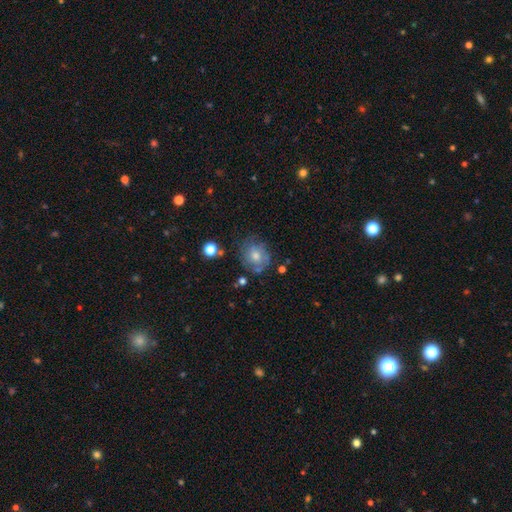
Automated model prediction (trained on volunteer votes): featured or disk 46%, smooth 38%, star or artifact 16%. Down the decision tree: merging — none (71%).